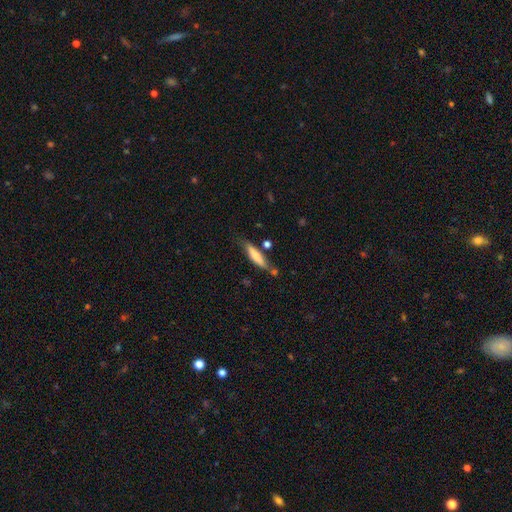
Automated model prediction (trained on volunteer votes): Smooth or featured? smooth (68%)
How rounded? cigar-shaped (76%)
Merging? none (65%)